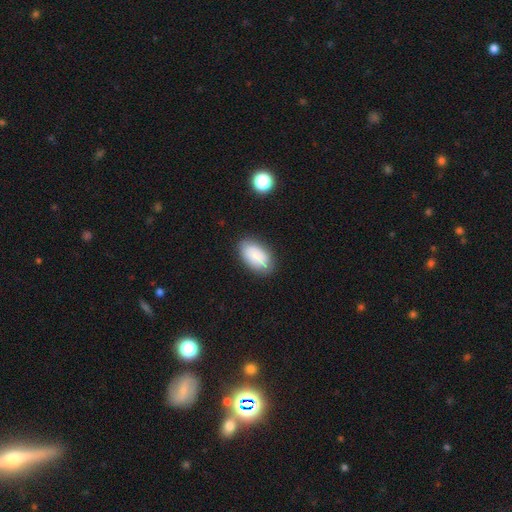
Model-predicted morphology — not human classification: Q: Smooth or featured?
A: smooth (78%); runner-up: featured or disk (14%)
Q: How rounded?
A: in between (93%); runner-up: round (5%)
Q: Merging?
A: none (79%); runner-up: minor disturbance (15%)